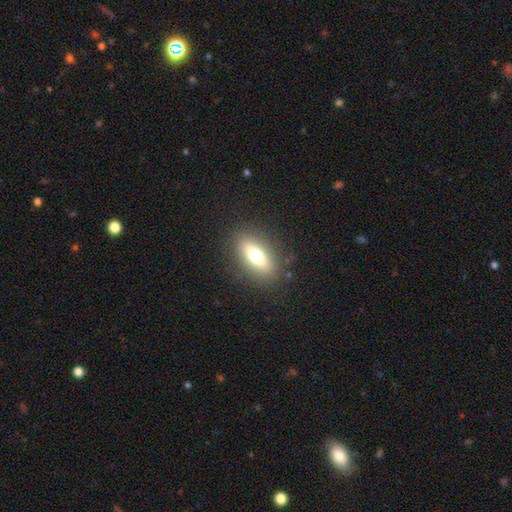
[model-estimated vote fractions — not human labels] The model was most divided on "smooth or featured": smooth: 60%, featured or disk: 31%, star or artifact: 9%. More confident: merging — none (86%); how rounded — in between (68%).